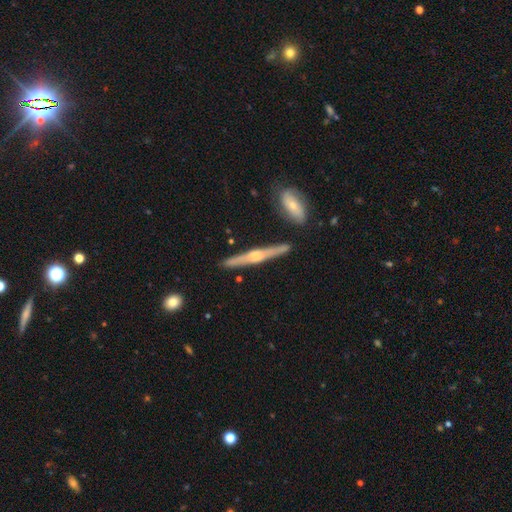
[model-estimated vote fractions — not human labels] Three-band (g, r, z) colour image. It shows a featured or disk galaxy (77%) viewed edge-on (98%) with a rounded central bulge (87%). Merging: none (87%).